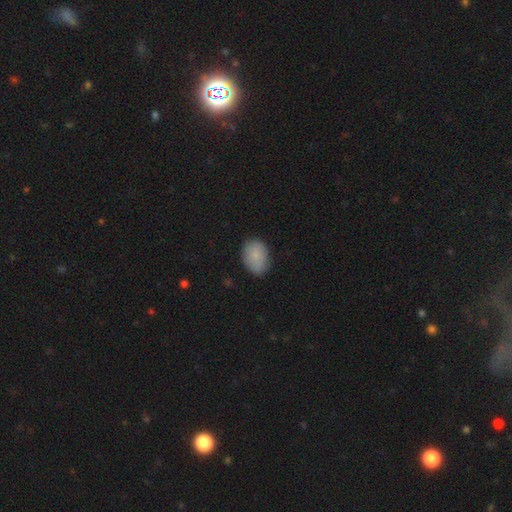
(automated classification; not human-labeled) This is clearly a smooth galaxy (85%). How rounded: likely in between (78%). Merging: likely none (77%).